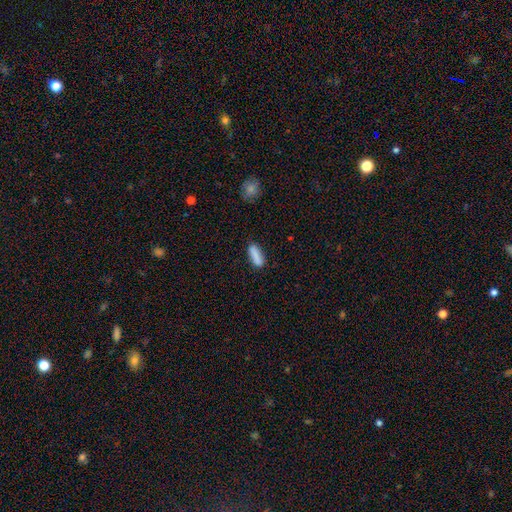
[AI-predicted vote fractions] Smooth or featured? Predicted: smooth (p=0.86). How rounded? Predicted: cigar-shaped (p=0.51). Merging? Predicted: none (p=0.81).